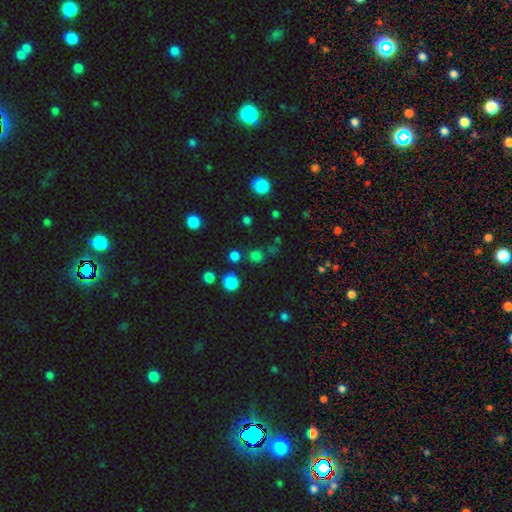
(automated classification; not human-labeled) Overall: smooth (68%). How rounded: round (90%). Merging: none (77%).